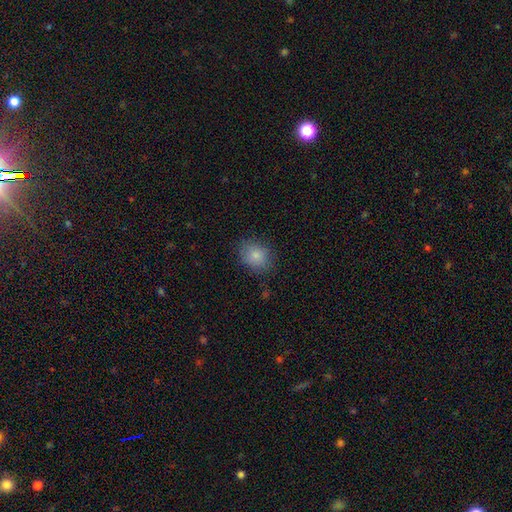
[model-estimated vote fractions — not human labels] Smooth or featured?
  - smooth: 84% *
  - star or artifact: 9%
  - featured or disk: 7%
How rounded?
  - round: 51% *
  - in between: 48%
  - cigar-shaped: 1%
Merging?
  - none: 81% *
  - minor disturbance: 14%
  - major disturbance: 4%
  - merger: 1%